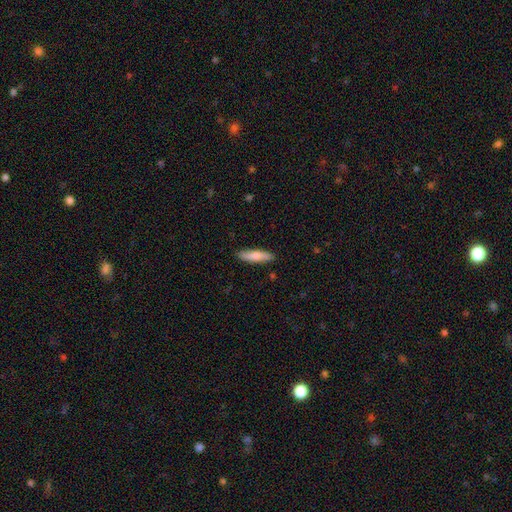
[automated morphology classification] This is likely a smooth galaxy (77%). How rounded: likely cigar-shaped (73%). Merging: clearly none (88%).